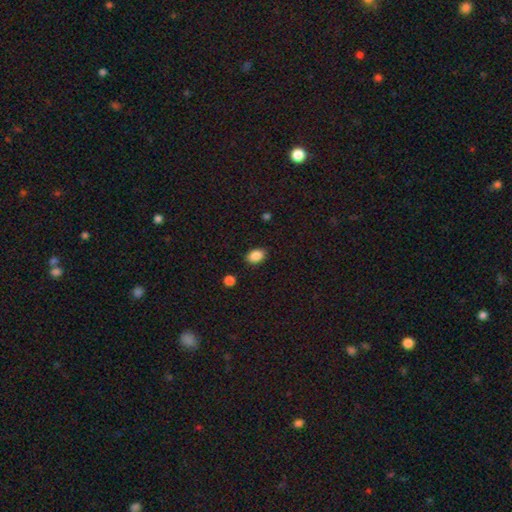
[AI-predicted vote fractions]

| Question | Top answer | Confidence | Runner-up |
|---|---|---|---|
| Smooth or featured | smooth | 88% | star or artifact (8%) |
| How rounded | in between | 82% | round (16%) |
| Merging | none | 86% | minor disturbance (10%) |